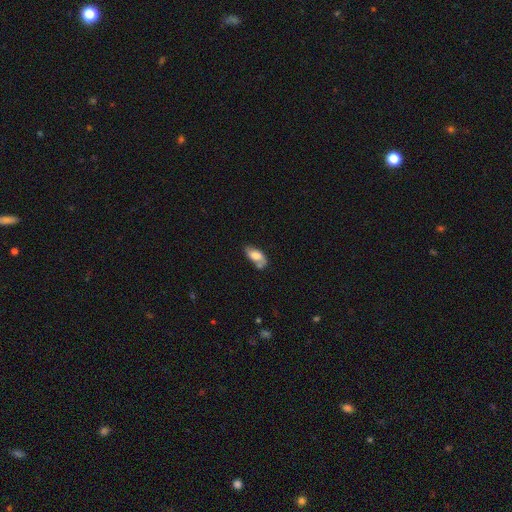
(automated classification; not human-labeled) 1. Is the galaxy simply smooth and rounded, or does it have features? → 59% smooth, 33% featured or disk, 8% star or artifact.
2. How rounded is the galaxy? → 89% in between, 7% cigar-shaped, 4% round.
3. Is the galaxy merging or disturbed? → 45% none, 27% minor disturbance, 17% merger, 11% major disturbance.